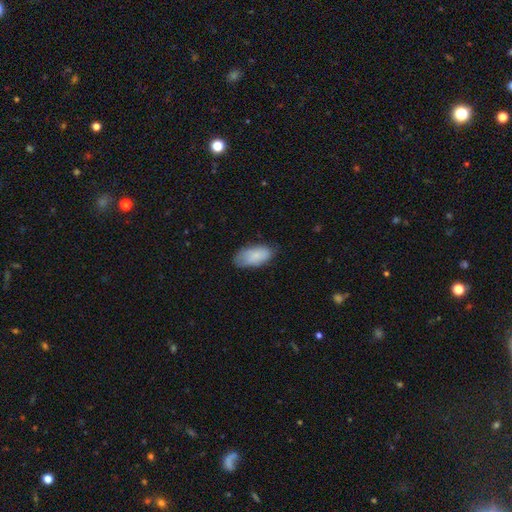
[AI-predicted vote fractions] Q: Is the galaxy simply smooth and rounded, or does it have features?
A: smooth — 85%.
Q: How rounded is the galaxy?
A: in between — 93%.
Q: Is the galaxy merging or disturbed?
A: none — 67%.